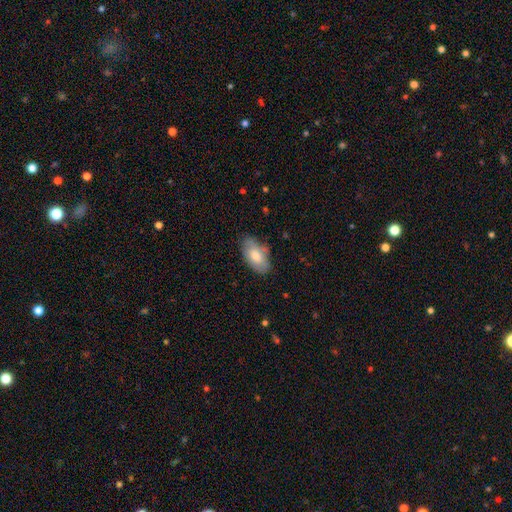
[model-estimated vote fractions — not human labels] smooth-or-featured: smooth: 74% | featured or disk: 20% | star or artifact: 6%
  how-rounded: in between: 94% | round: 4% | cigar-shaped: 2%
  merging: none: 72% | minor disturbance: 22% | major disturbance: 4% | merger: 2%